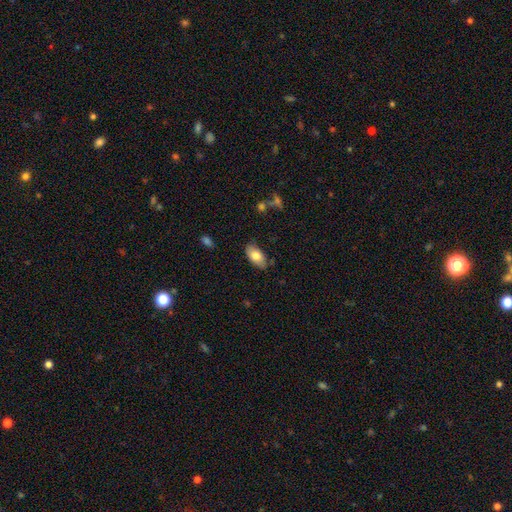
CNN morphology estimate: The model was most divided on "merging": none: 78%, minor disturbance: 17%, major disturbance: 3%, merger: 2%. More confident: how rounded — in between (93%); smooth or featured — smooth (78%).